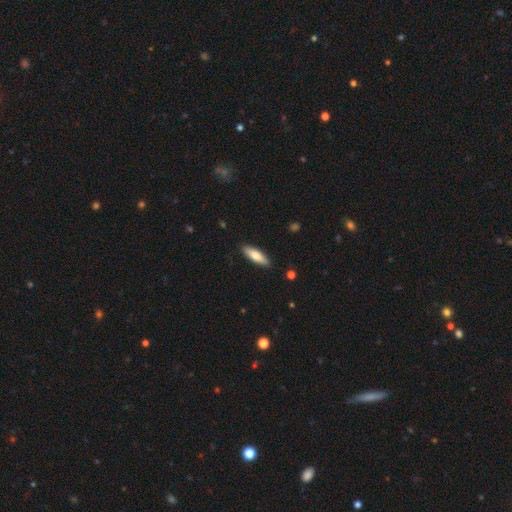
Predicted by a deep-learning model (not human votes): Morphology: type=smooth (75%); roundness=cigar-shaped (52%); merging=none (89%).